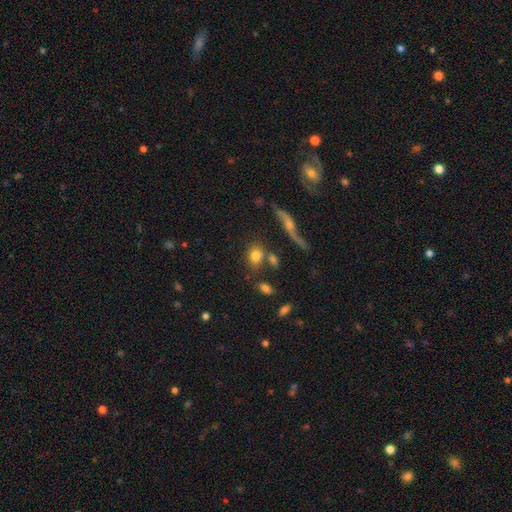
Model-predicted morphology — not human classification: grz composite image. It shows a smooth galaxy with no disk features (76%) that is in between round and cigar-shaped (64%). Merging: none (62%).